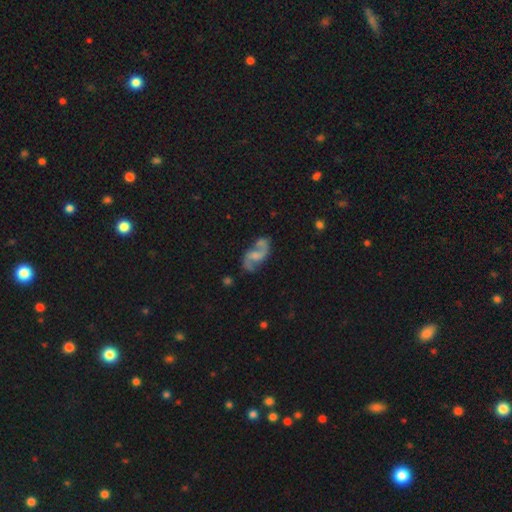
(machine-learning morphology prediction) A featured or disk galaxy (81%) with a weak bar (46%), 2 (91%) loose (60%) spiral arms (92%) and no central bulge (33%).

Vote fractions:
- Smooth or featured? featured or disk: 81% / smooth: 13% / star or artifact: 7%
- Edge-on disk? no: 97% / yes: 3%
- Bar? weak: 46% / no: 41% / strong: 13%
- Spiral arms? yes: 92% / no: 8%
- Spiral winding? loose: 60% / medium: 33% / tight: 7%
- Spiral arm count? 2: 91% / can't tell: 3% / 1: 3% / 3: 1% / 4: 1% / more than 4: 1%
- Bulge size? none: 33% / small: 32% / moderate: 28% / large: 6% / dominant: 1%
- Merging? none: 58% / minor disturbance: 20% / major disturbance: 11% / merger: 11%